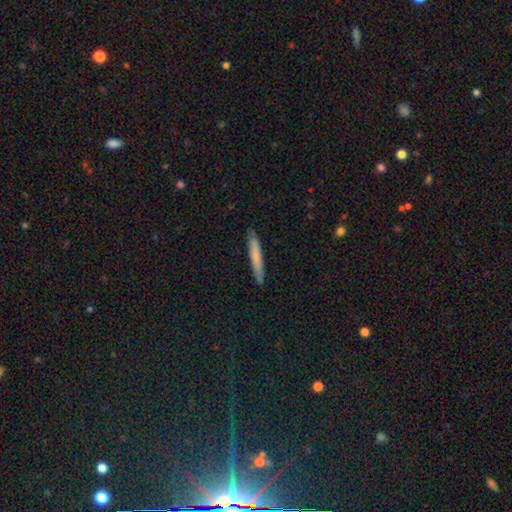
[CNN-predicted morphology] smooth 72%, featured or disk 22%, star or artifact 6%. Down the decision tree: how rounded — cigar-shaped (96%); merging — none (88%).